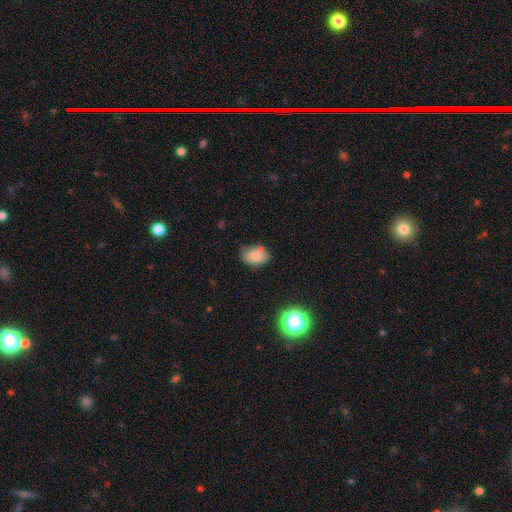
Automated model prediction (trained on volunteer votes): Morphology: type=smooth (79%); roundness=in between (74%); merging=none (66%).